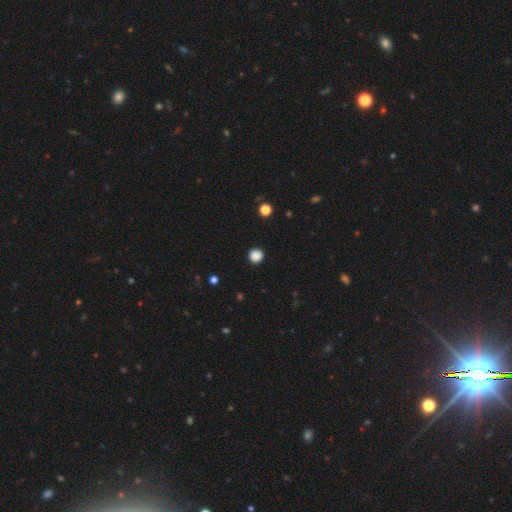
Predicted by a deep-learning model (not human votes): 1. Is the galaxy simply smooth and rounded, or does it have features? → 87% smooth, 11% star or artifact, 2% featured or disk.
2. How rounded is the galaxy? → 94% round, 5% in between, 1% cigar-shaped.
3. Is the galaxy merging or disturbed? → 92% none, 5% minor disturbance, 2% major disturbance, 1% merger.